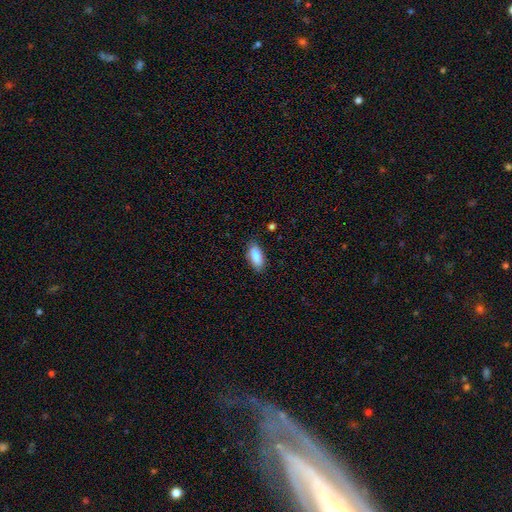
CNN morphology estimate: Overall: smooth (87%). How rounded: in between (86%). Merging: none (82%).